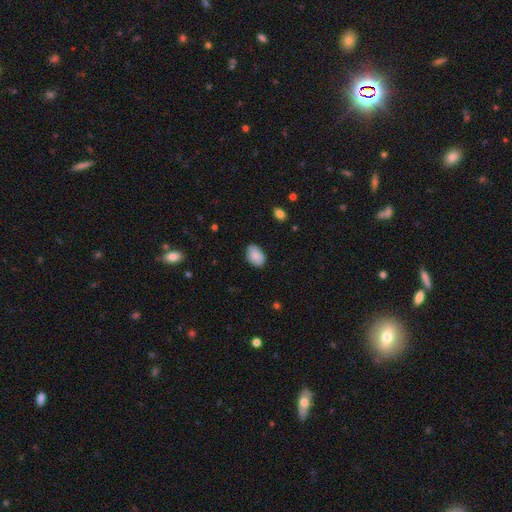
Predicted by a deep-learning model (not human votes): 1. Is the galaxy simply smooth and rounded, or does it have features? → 85% smooth, 8% featured or disk, 7% star or artifact.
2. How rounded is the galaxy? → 86% in between, 13% round, 1% cigar-shaped.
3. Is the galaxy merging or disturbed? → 80% none, 16% minor disturbance, 3% major disturbance, 1% merger.